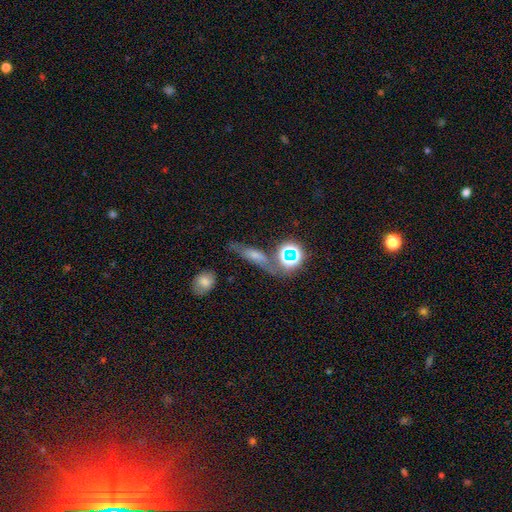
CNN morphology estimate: Q: Smooth or featured?
A: smooth (52%); runner-up: featured or disk (27%)
Q: How rounded?
A: cigar-shaped (52%); runner-up: in between (33%)
Q: Merging?
A: none (59%); runner-up: minor disturbance (21%)